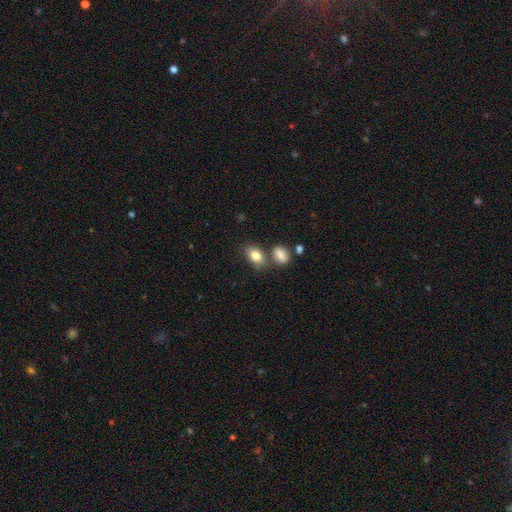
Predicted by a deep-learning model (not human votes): smooth-or-featured: smooth: 82% | featured or disk: 10% | star or artifact: 9%
  how-rounded: in between: 82% | round: 16% | cigar-shaped: 2%
  merging: none: 60% | merger: 22% | minor disturbance: 13% | major disturbance: 4%